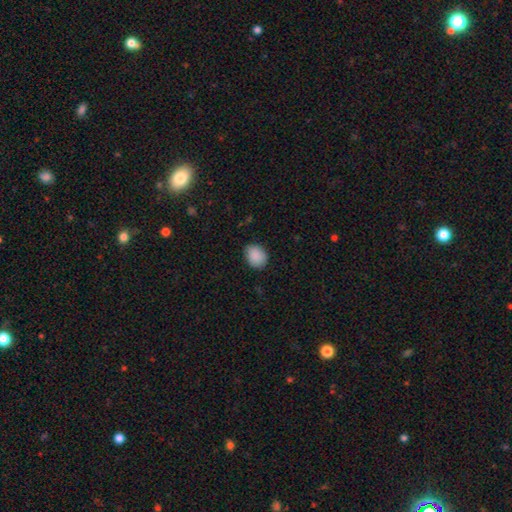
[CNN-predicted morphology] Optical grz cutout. It shows a smooth galaxy with no disk features (90%) that is in between round and cigar-shaped (51%). Merging: none (84%).